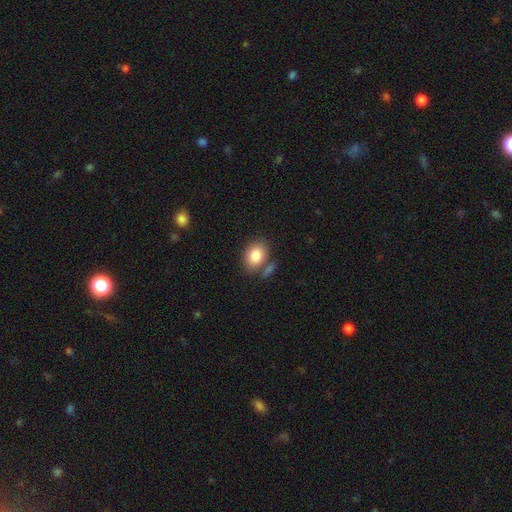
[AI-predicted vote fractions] Overall: smooth (84%). How rounded: in between (60%; round 39%). Merging: none (67%).